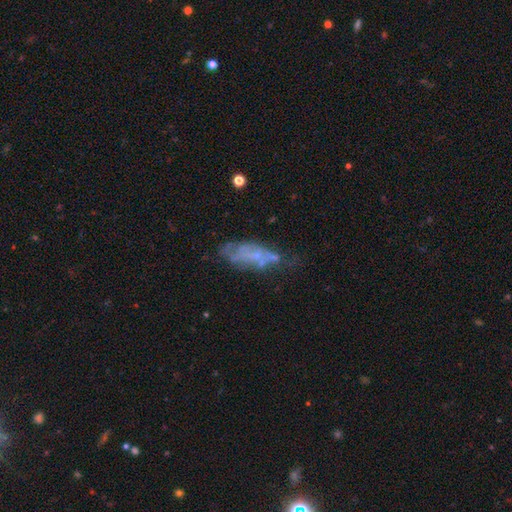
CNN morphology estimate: Q: Smooth or featured?
A: featured or disk (57%); runner-up: smooth (32%)
Q: Edge-on disk?
A: no (84%); runner-up: yes (16%)
Q: Merging?
A: none (45%); runner-up: minor disturbance (28%)